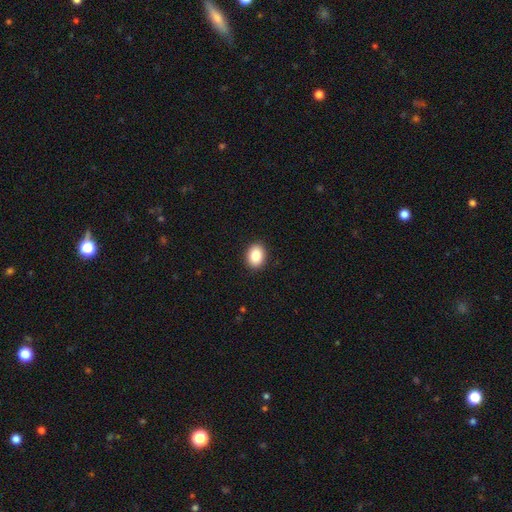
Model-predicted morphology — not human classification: A smooth galaxy with no disk features (86%) that is in between round and cigar-shaped (64%). Merging: none (91%).